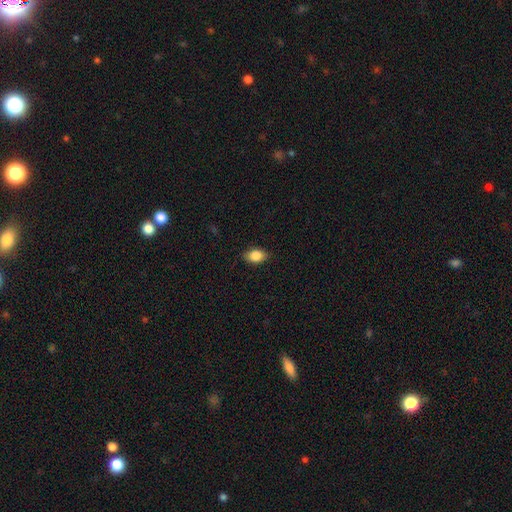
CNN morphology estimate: Q: Smooth or featured?
A: smooth (85%); runner-up: star or artifact (8%)
Q: How rounded?
A: in between (82%); runner-up: round (16%)
Q: Merging?
A: none (84%); runner-up: minor disturbance (12%)